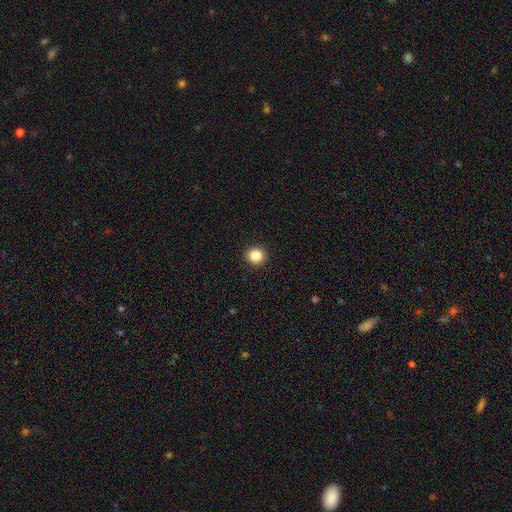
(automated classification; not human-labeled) Q: Smooth or featured?
A: smooth (85%); runner-up: star or artifact (11%)
Q: How rounded?
A: round (92%); runner-up: in between (7%)
Q: Merging?
A: none (93%); runner-up: minor disturbance (4%)